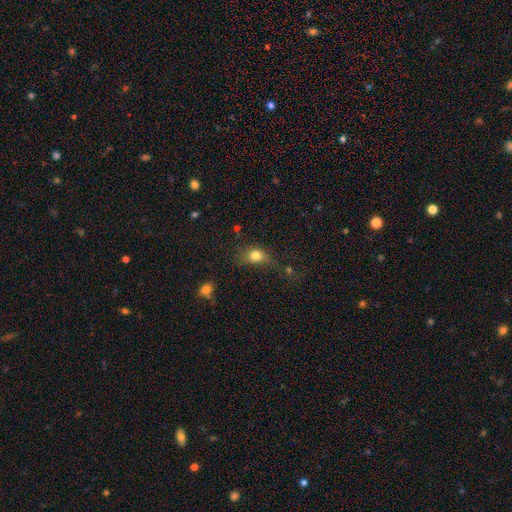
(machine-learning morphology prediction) smooth 79%, star or artifact 12%, featured or disk 9%. Down the decision tree: how rounded — in between (53%); merging — none (49%).